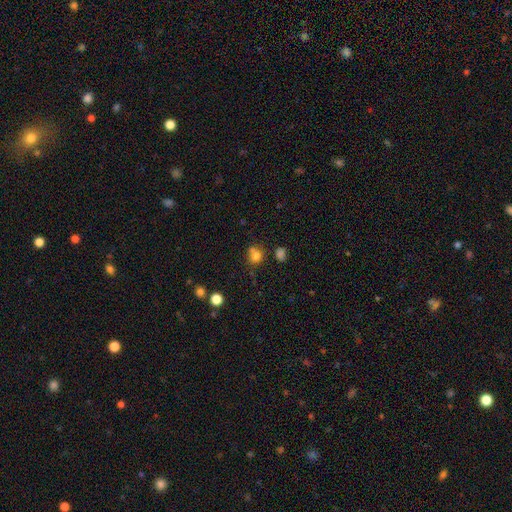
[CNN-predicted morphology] smooth_or_featured: smooth (p=0.78) [alt: star or artifact p=0.14]
how_rounded: round (p=0.74) [alt: in between p=0.25]
merging: none (p=0.56) [alt: merger p=0.19]